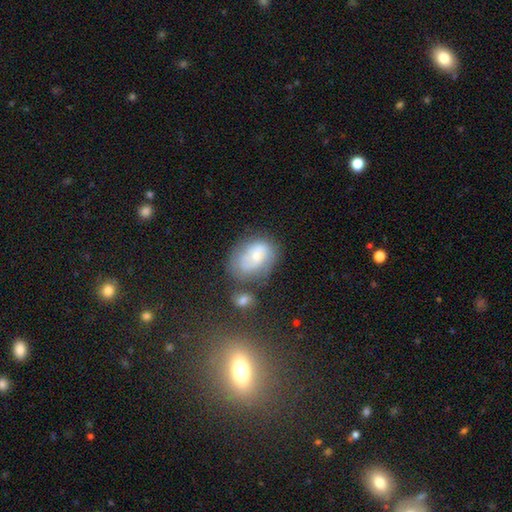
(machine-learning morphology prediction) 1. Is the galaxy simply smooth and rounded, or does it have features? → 46% featured or disk, 45% smooth, 9% star or artifact.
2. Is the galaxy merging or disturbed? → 47% none, 24% minor disturbance, 17% merger, 12% major disturbance.